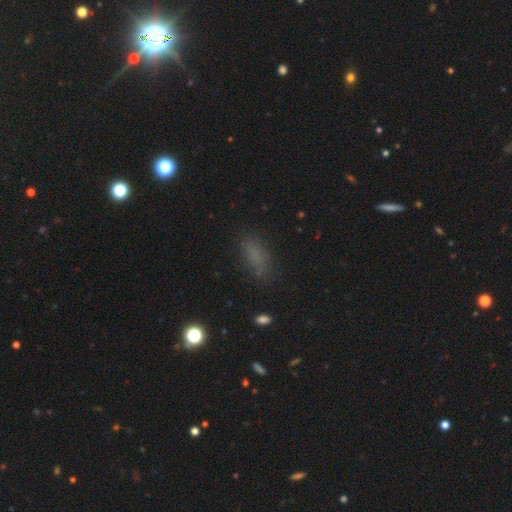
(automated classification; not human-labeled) Smooth or featured?
  - smooth: 75% *
  - star or artifact: 16%
  - featured or disk: 9%
How rounded?
  - in between: 71% *
  - cigar-shaped: 24%
  - round: 5%
Merging?
  - none: 77% *
  - minor disturbance: 15%
  - major disturbance: 6%
  - merger: 2%